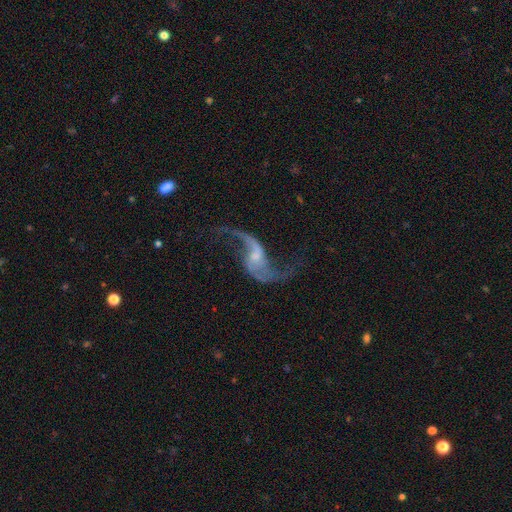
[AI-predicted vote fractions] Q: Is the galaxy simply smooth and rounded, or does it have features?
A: featured or disk — 91%.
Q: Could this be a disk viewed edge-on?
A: no — 96%.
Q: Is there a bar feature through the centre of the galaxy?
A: weak — 42%, tied with no.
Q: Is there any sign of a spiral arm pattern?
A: yes — 97%.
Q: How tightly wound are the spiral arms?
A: loose — 91%.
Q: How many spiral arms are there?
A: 2 — 94%.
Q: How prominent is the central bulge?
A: small — 53%.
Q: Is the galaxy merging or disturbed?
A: none — 70%.